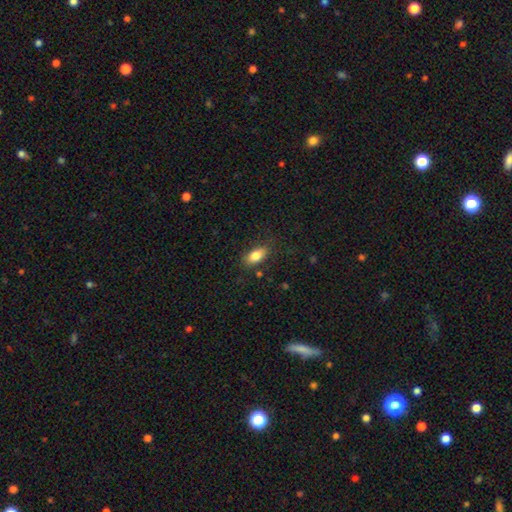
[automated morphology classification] Smooth or featured?
  - smooth: 82% *
  - featured or disk: 10%
  - star or artifact: 8%
How rounded?
  - in between: 88% *
  - cigar-shaped: 8%
  - round: 5%
Merging?
  - none: 81% *
  - minor disturbance: 14%
  - major disturbance: 4%
  - merger: 2%